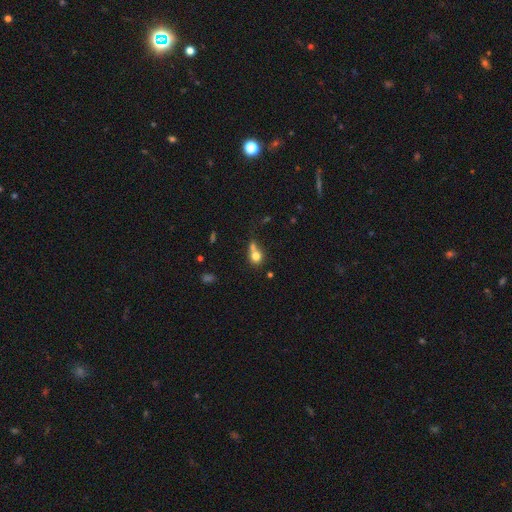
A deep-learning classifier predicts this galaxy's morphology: Overall: smooth (75%). How rounded: round (73%). Merging: merger (42%; none 37%).